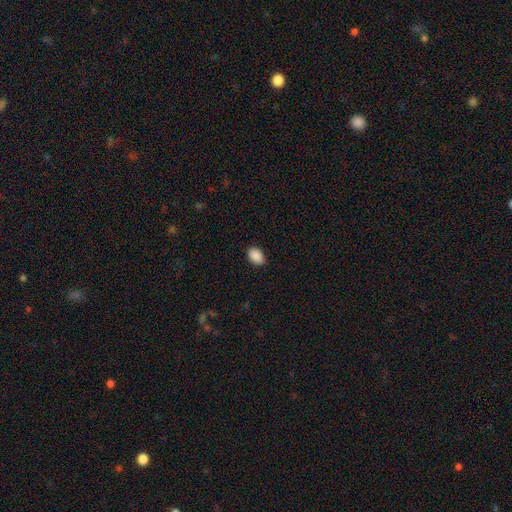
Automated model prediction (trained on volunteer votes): smooth 90%, star or artifact 7%, featured or disk 2%. Down the decision tree: how rounded — in between (86%); merging — none (88%).